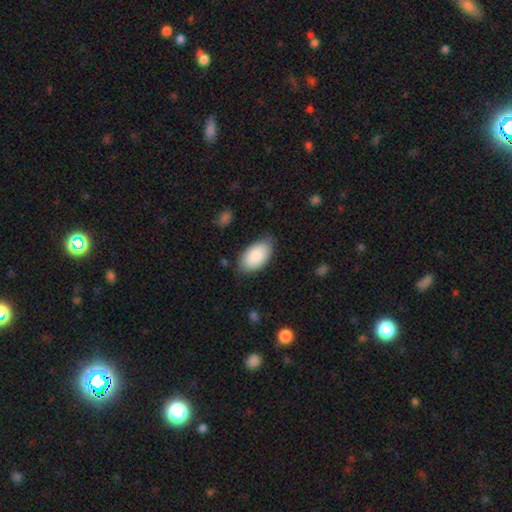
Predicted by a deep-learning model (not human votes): This appears to be a smooth galaxy with no disk features (87%) that is in between round and cigar-shaped (95%). Merging: none (75%).